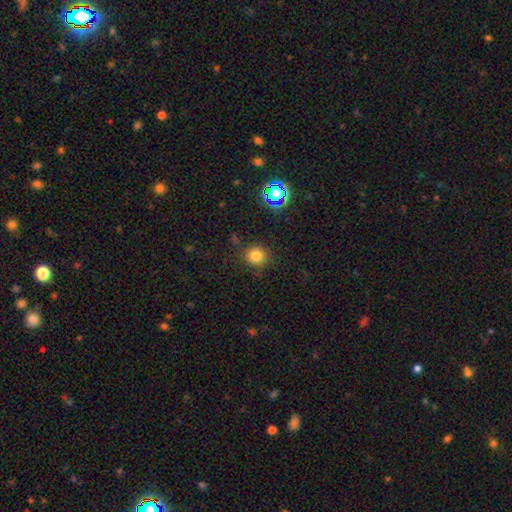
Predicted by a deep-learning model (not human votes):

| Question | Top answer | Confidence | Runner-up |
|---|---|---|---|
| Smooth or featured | smooth | 78% | star or artifact (16%) |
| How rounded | round | 88% | in between (11%) |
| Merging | none | 85% | minor disturbance (9%) |